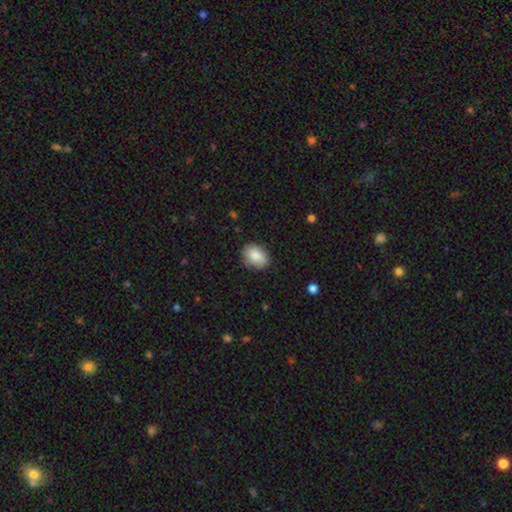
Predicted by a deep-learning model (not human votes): Overall: smooth (86%). How rounded: in between (76%). Merging: none (80%).